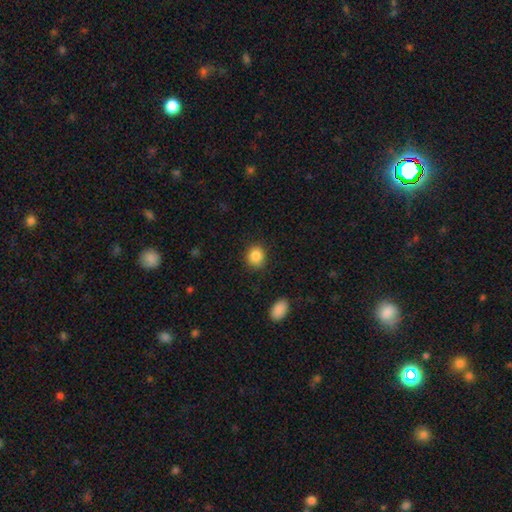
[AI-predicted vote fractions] smooth-or-featured: smooth: 87% | star or artifact: 9% | featured or disk: 4%
  how-rounded: round: 75% | in between: 24% | cigar-shaped: 1%
  merging: none: 87% | minor disturbance: 9% | major disturbance: 3% | merger: 1%